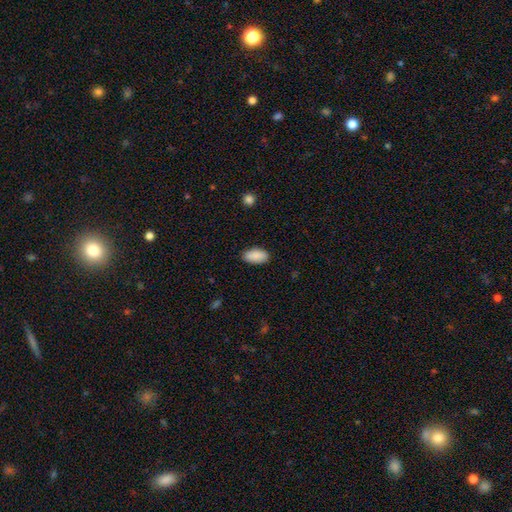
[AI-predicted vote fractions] smooth-or-featured: smooth: 90% | star or artifact: 6% | featured or disk: 4%
  how-rounded: in between: 94% | cigar-shaped: 3% | round: 3%
  merging: none: 87% | minor disturbance: 10% | major disturbance: 2% | merger: 1%